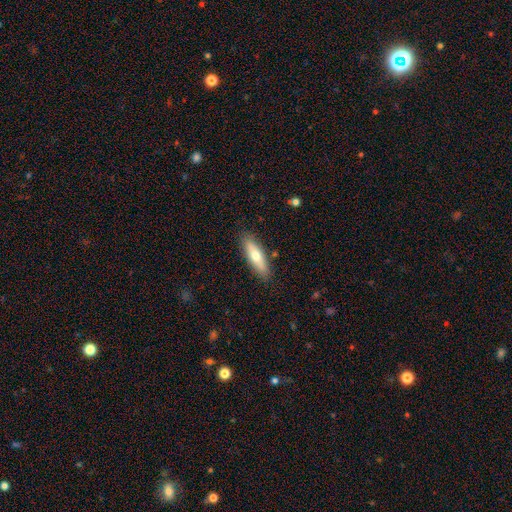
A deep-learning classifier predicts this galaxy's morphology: smooth 64%, featured or disk 30%, star or artifact 6%. Down the decision tree: how rounded — cigar-shaped (56%); merging — none (86%).